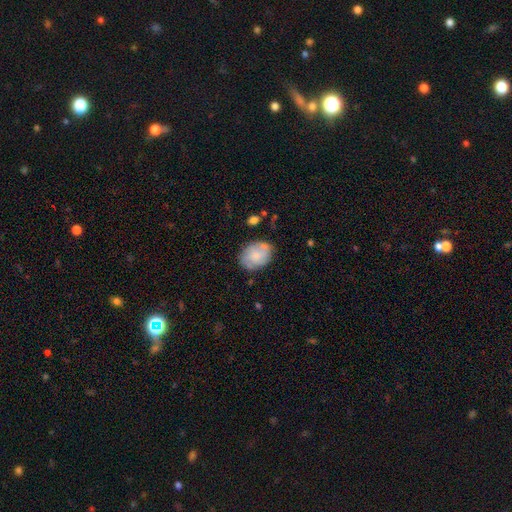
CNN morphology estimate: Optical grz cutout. It shows a smooth galaxy with no disk features (62%) that is in between round and cigar-shaped (66%). Merging: none (66%).